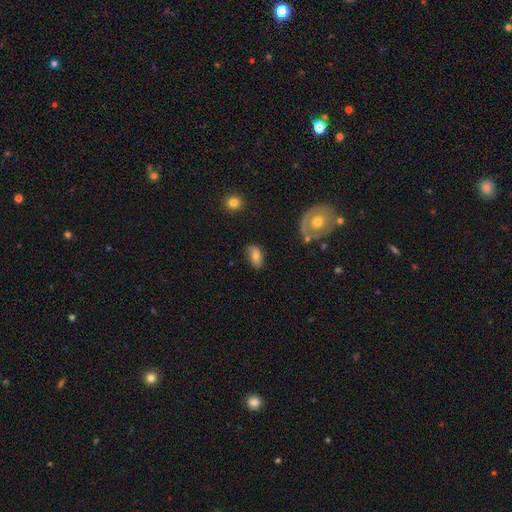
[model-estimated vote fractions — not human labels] Q: Smooth or featured?
A: smooth (63%); runner-up: featured or disk (28%)
Q: How rounded?
A: in between (88%); runner-up: round (9%)
Q: Merging?
A: none (69%); runner-up: minor disturbance (21%)